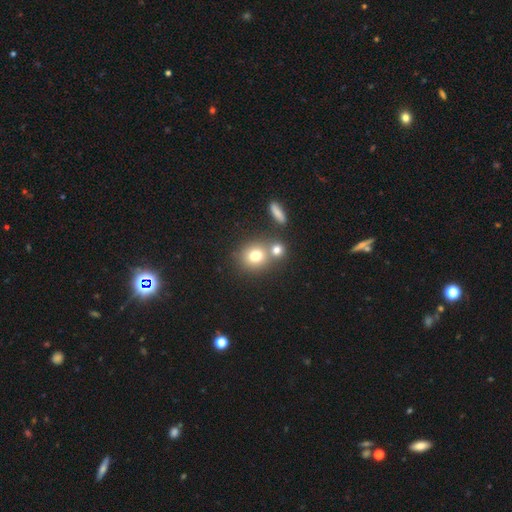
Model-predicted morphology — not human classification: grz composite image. It shows a smooth galaxy with no disk features (75%) that is round (79%). Merging: none (52%).